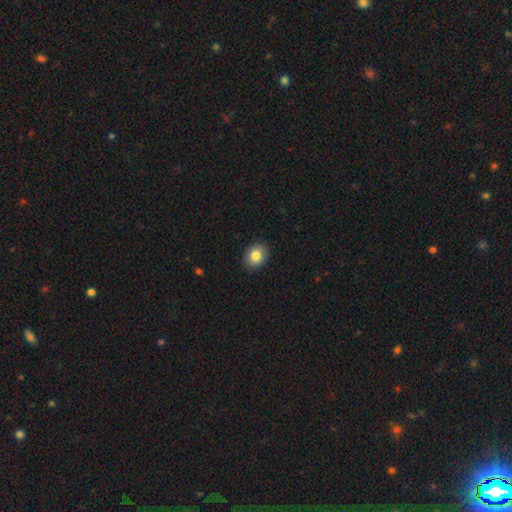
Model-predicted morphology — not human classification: Smooth or featured: smooth — 83% (featured or disk — 8%)
How rounded: in between — 51% (round — 48%)
Merging: none — 90% (minor disturbance — 8%)